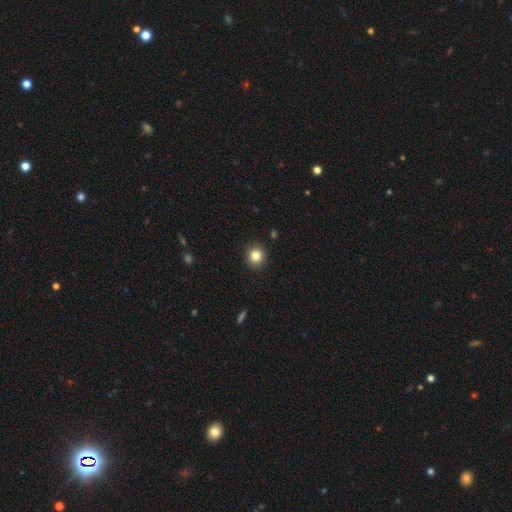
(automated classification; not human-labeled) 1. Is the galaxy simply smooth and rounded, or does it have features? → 82% smooth, 11% star or artifact, 7% featured or disk.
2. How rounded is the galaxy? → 87% round, 12% in between, 1% cigar-shaped.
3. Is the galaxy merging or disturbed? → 92% none, 6% minor disturbance, 2% major disturbance, 1% merger.